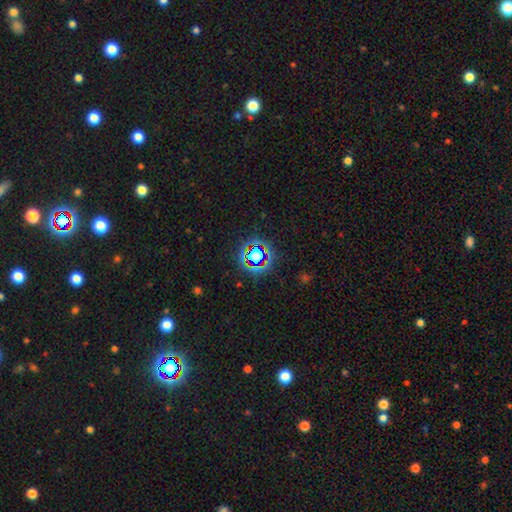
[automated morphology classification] This appears to be a star or artifact, not a galaxy (65%).